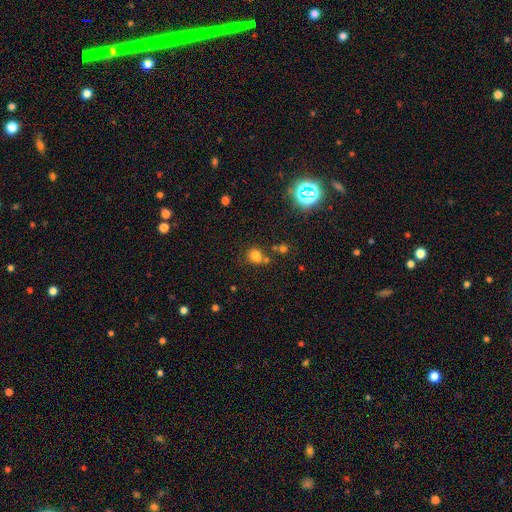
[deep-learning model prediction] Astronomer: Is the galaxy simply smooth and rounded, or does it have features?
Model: smooth — 76%.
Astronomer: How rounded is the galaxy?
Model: round — 76%.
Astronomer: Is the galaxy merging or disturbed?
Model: none — 58%.